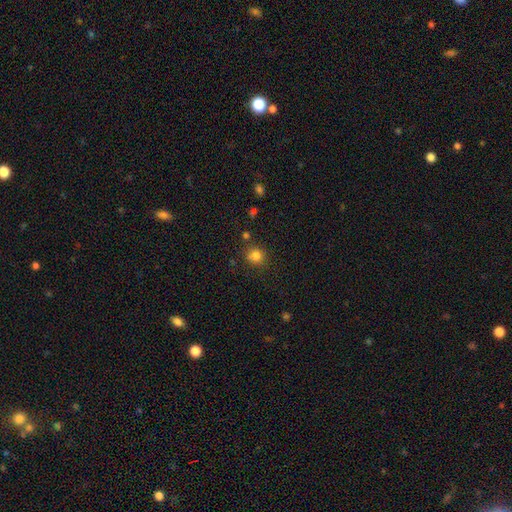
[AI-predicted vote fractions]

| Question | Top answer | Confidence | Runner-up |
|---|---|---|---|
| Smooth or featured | smooth | 81% | star or artifact (13%) |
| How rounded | round | 84% | in between (15%) |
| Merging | none | 79% | minor disturbance (11%) |